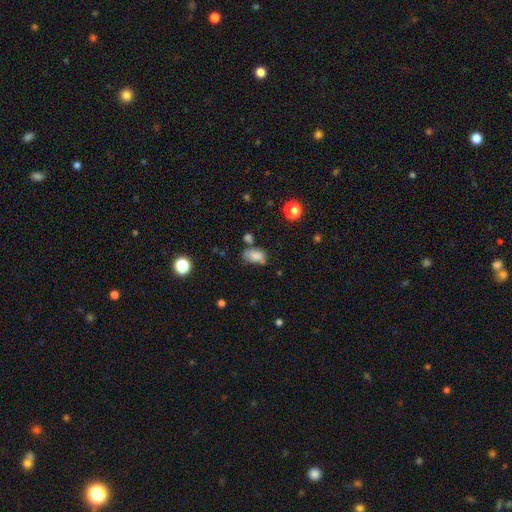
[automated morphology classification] Overall: smooth (80%). How rounded: in between (88%). Merging: none (42%; minor disturbance 31%).